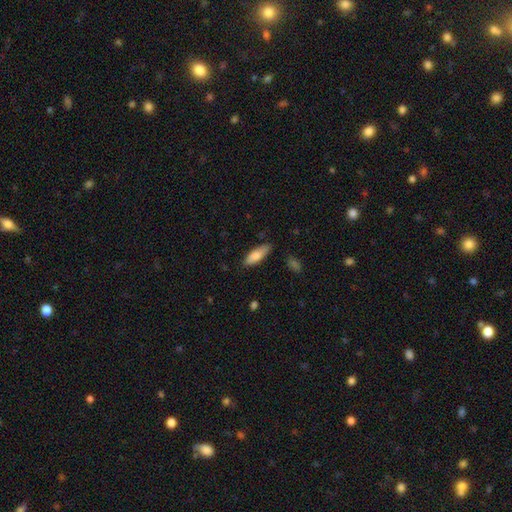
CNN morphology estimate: Smooth or featured? smooth (81%)
How rounded? in between (60%)
Merging? none (78%)